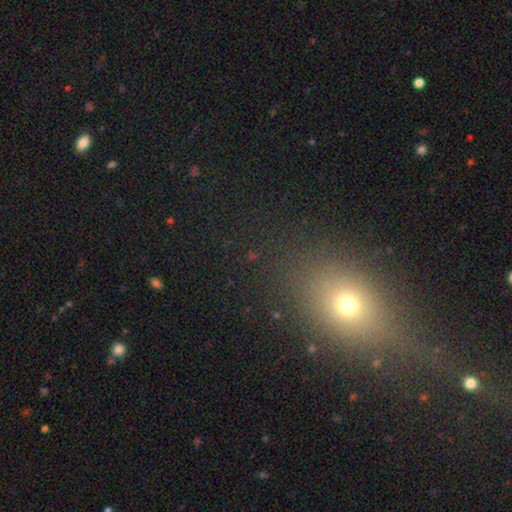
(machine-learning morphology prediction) Smooth or featured? Predicted: smooth (p=0.52). How rounded? Predicted: in between (p=0.49). Merging? Predicted: none (p=0.73).